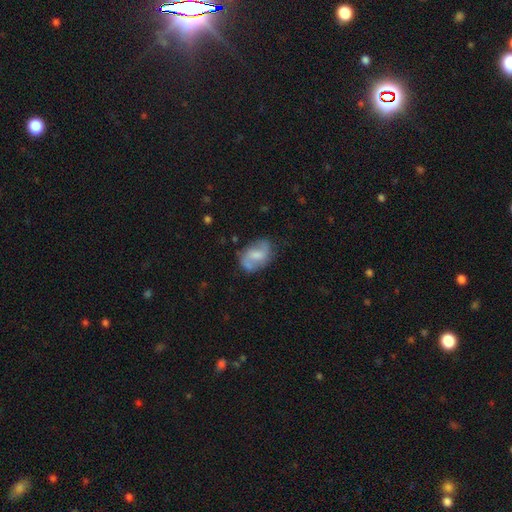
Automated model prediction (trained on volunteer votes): The model was most divided on "bar": weak: 48%, no: 38%, strong: 14%. Remaining: edge-on disk — no (97%); spiral arms — yes (82%); merging — none (65%); smooth or featured — featured or disk (58%); bulge size — moderate (40%).